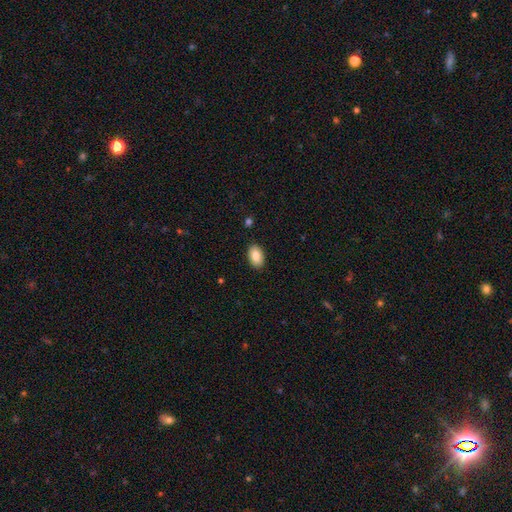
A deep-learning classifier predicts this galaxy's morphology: smooth-or-featured: smooth: 86% | featured or disk: 7% | star or artifact: 7%
  how-rounded: in between: 91% | round: 7% | cigar-shaped: 1%
  merging: none: 89% | minor disturbance: 8% | major disturbance: 2% | merger: 1%